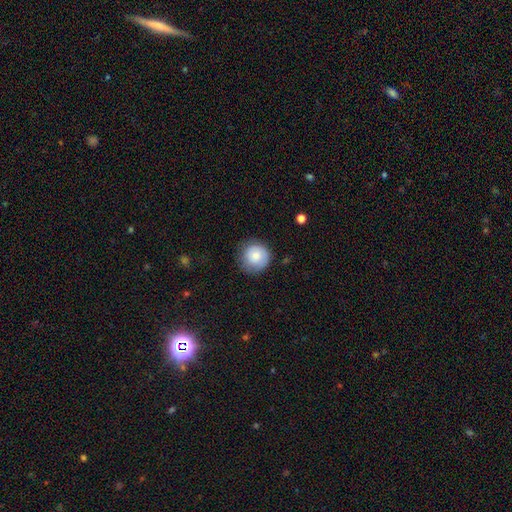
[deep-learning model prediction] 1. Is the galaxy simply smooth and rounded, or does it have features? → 79% smooth, 14% featured or disk, 8% star or artifact.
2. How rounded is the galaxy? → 93% round, 6% in between, 1% cigar-shaped.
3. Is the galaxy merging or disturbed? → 75% none, 19% minor disturbance, 5% major disturbance, 1% merger.